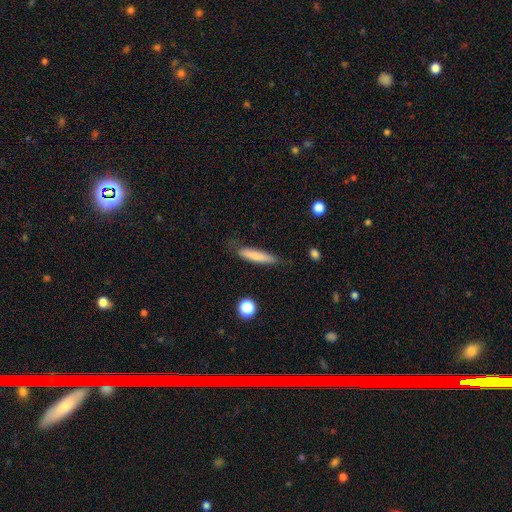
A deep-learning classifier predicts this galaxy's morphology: The model was most divided on "merging": none: 72%, minor disturbance: 22%, major disturbance: 5%, merger: 2%. More confident: how rounded — cigar-shaped (84%); smooth or featured — smooth (76%).